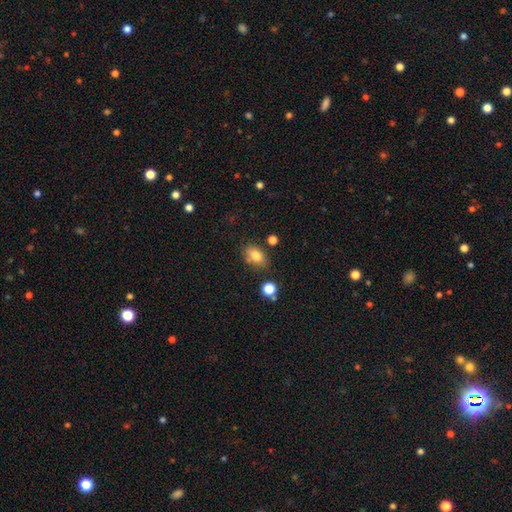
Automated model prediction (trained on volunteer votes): smooth 80%, star or artifact 10%, featured or disk 9%. Down the decision tree: how rounded — in between (81%); merging — none (71%).